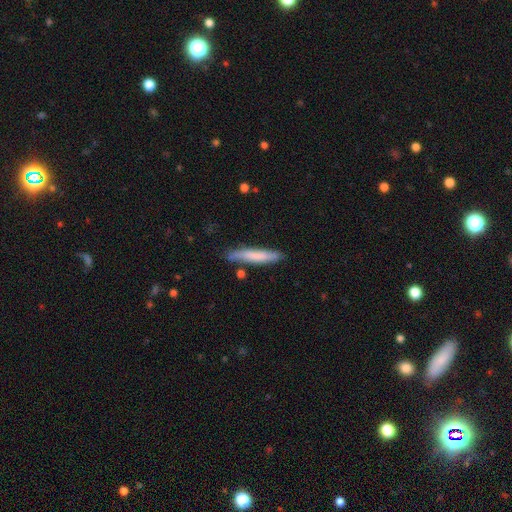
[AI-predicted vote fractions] smooth-or-featured: smooth: 70% | featured or disk: 24% | star or artifact: 6%
  how-rounded: cigar-shaped: 92% | in between: 7% | round: 1%
  merging: none: 78% | minor disturbance: 16% | merger: 3% | major disturbance: 3%